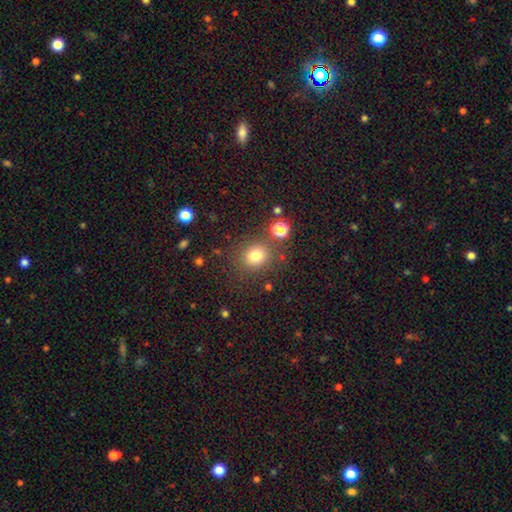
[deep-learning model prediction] Overall: smooth (78%). How rounded: round (81%). Merging: none (79%).